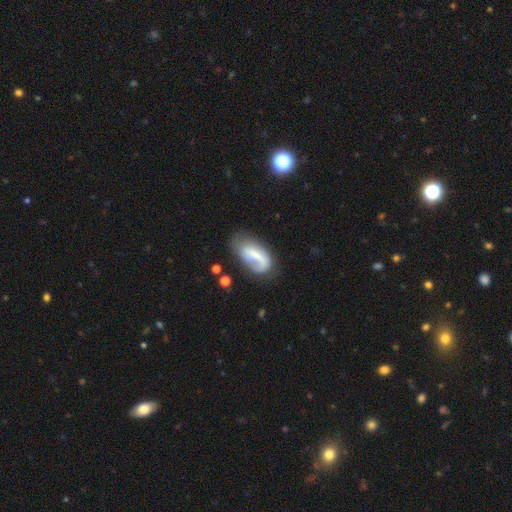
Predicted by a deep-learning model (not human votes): Morphology: type=featured or disk (47%); merging=none (45%).